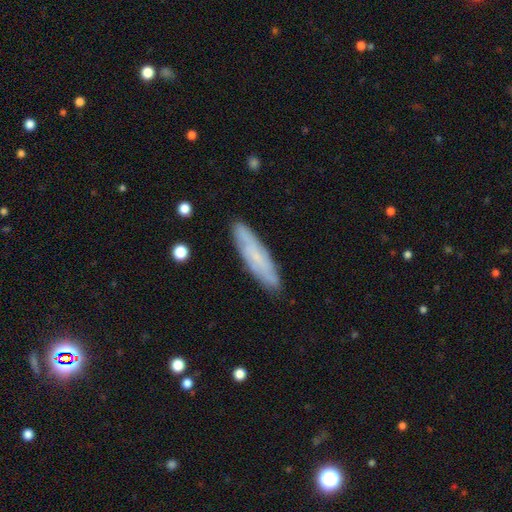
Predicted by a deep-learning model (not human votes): Smooth or featured? smooth (48%)
Merging? none (86%)